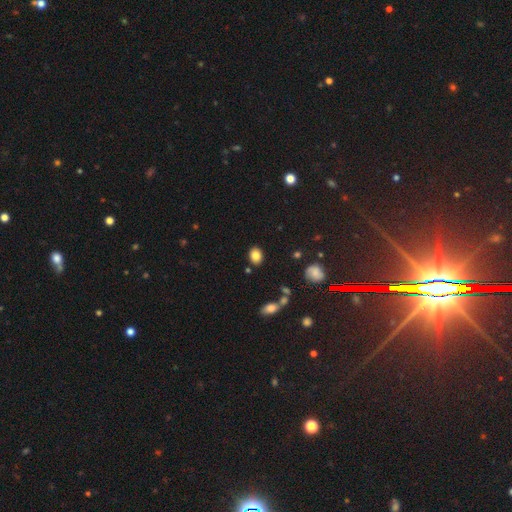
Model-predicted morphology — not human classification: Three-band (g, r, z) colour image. It shows a smooth galaxy with no disk features (84%) that is in between round and cigar-shaped (65%). Merging: none (85%).